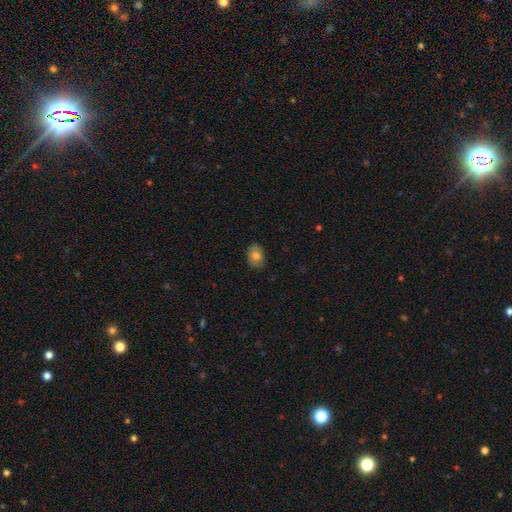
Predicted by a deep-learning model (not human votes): Smooth or featured: smooth — 79% (featured or disk — 13%)
How rounded: in between — 76% (round — 23%)
Merging: none — 84% (minor disturbance — 13%)